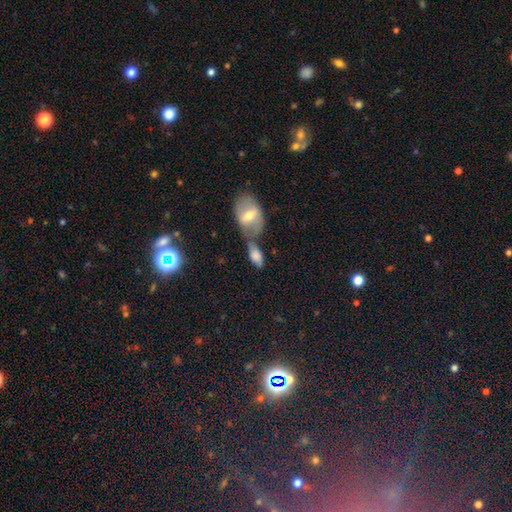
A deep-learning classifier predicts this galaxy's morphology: A smooth galaxy with no disk features (68%) that is in between round and cigar-shaped (89%).

Vote fractions:
- Smooth or featured? smooth: 68% / featured or disk: 24% / star or artifact: 8%
- How rounded? in between: 89% / round: 6% / cigar-shaped: 6%
- Merging? merger: 53% / none: 28% / minor disturbance: 13% / major disturbance: 7%